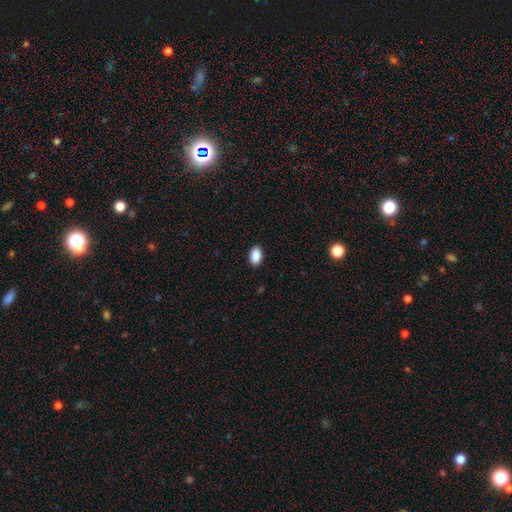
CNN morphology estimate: The model was most divided on "merging": none: 89%, minor disturbance: 8%, major disturbance: 2%, merger: 1%. More confident: how rounded — in between (91%); smooth or featured — smooth (90%).